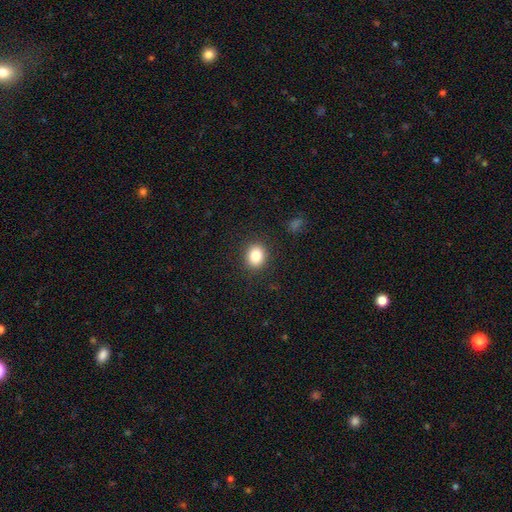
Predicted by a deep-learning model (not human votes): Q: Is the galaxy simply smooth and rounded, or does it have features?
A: smooth — 85%.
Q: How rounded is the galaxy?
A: round — 60%.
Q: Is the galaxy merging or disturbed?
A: none — 89%.